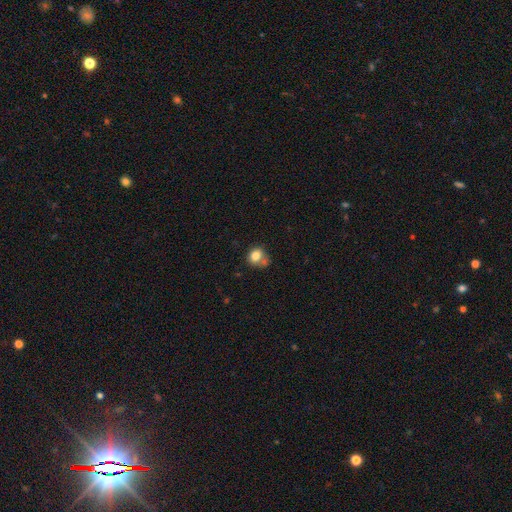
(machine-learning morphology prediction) Q: Smooth or featured?
A: smooth (80%); runner-up: star or artifact (10%)
Q: How rounded?
A: round (68%); runner-up: in between (31%)
Q: Merging?
A: none (49%); runner-up: merger (22%)